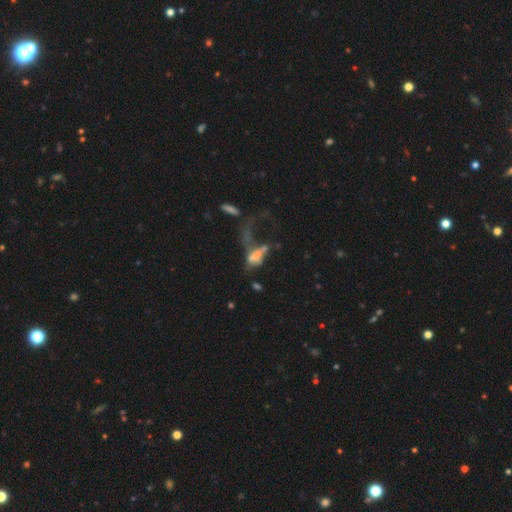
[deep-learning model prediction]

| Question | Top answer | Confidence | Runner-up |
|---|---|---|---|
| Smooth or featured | featured or disk | 44% | smooth (42%) |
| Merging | major disturbance | 52% | merger (30%) |